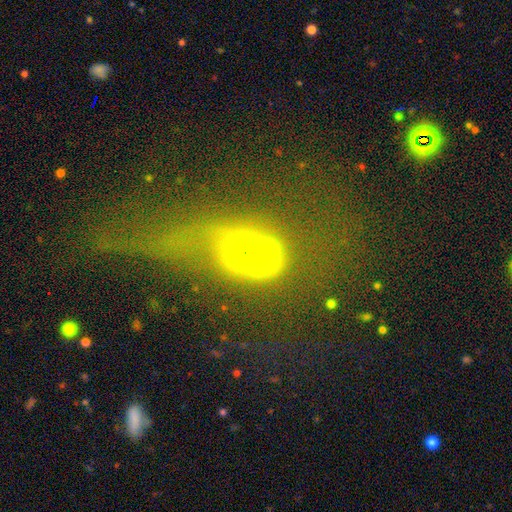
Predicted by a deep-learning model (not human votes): A featured or disk galaxy (40%).

Vote fractions:
- Smooth or featured? featured or disk: 40% / smooth: 39% / star or artifact: 21%
- Merging? merger: 56% / major disturbance: 26% / none: 11% / minor disturbance: 7%